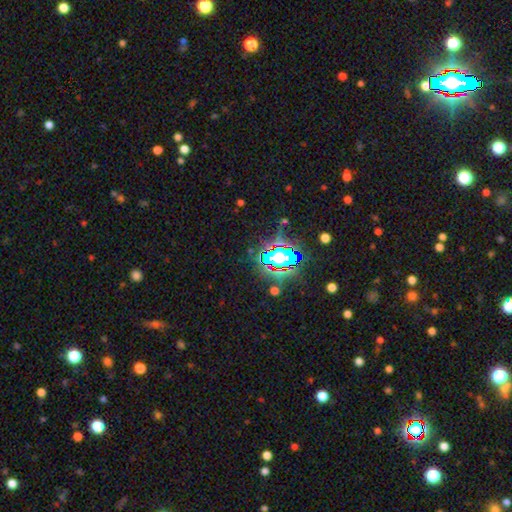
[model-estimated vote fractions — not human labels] Smooth or featured? star or artifact (78%)